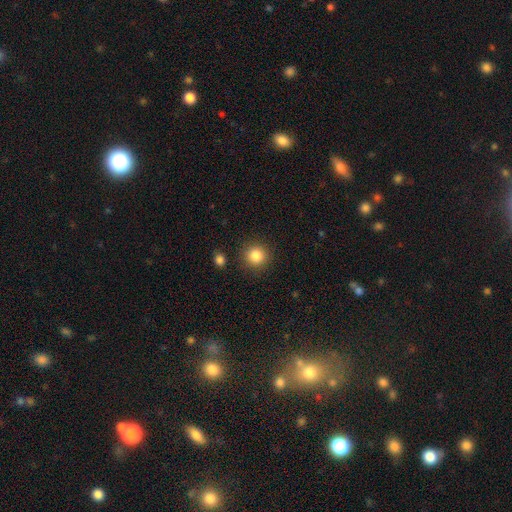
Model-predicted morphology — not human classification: This is clearly a smooth galaxy (84%). How rounded: clearly round (93%). Merging: clearly none (89%).